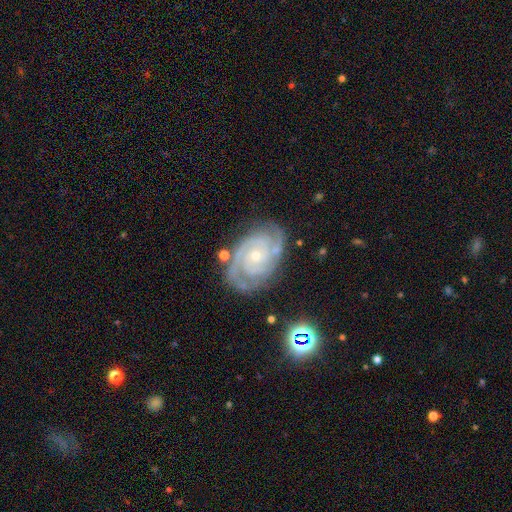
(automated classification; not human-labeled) smooth-or-featured: featured or disk: 91% | star or artifact: 6% | smooth: 4%
  disk-edge-on: no: 97% | yes: 3%
    bar: no: 73% | weak: 20% | strong: 7%
    has-spiral-arms: yes: 98% | no: 2%
      spiral-winding: tight: 72% | medium: 25% | loose: 3%
      spiral-arm-count: 2: 57% | 3: 23% | can't tell: 8% | 4: 6% | more than 4: 3% | 1: 3%
    bulge-size: small: 73% | moderate: 24% | none: 1% | large: 1% | dominant: 1%
  merging: none: 76% | minor disturbance: 17% | major disturbance: 5% | merger: 3%